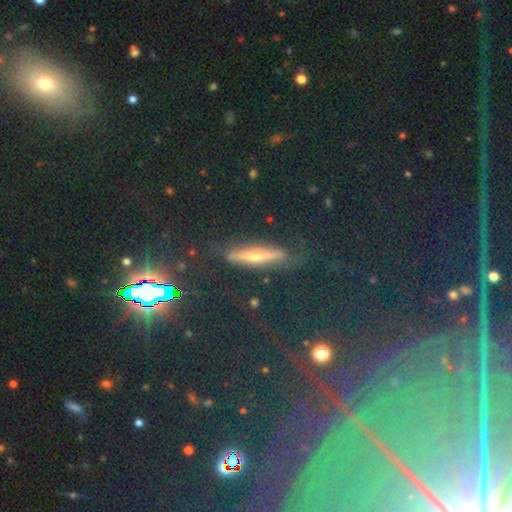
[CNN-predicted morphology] Smooth or featured: smooth — 38% (featured or disk — 33%)
Merging: none — 77% (minor disturbance — 13%)